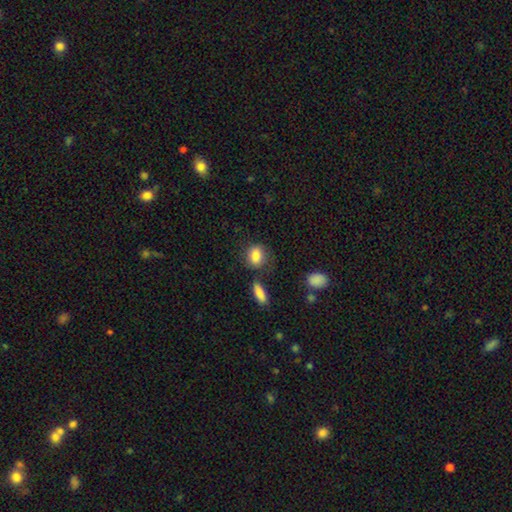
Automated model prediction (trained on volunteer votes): smooth-or-featured: smooth: 84% | star or artifact: 8% | featured or disk: 8%
  how-rounded: in between: 59% | round: 38% | cigar-shaped: 2%
  merging: none: 70% | minor disturbance: 17% | merger: 8% | major disturbance: 6%